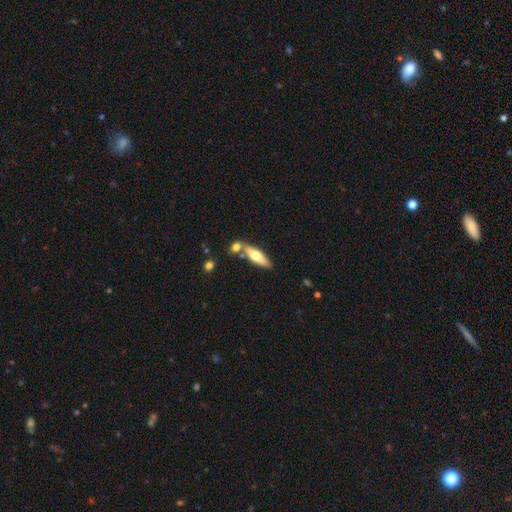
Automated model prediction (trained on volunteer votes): smooth_or_featured: smooth (p=0.54) [alt: featured or disk p=0.40]
how_rounded: cigar-shaped (p=0.59) [alt: in between p=0.39]
merging: none (p=0.66) [alt: merger p=0.20]